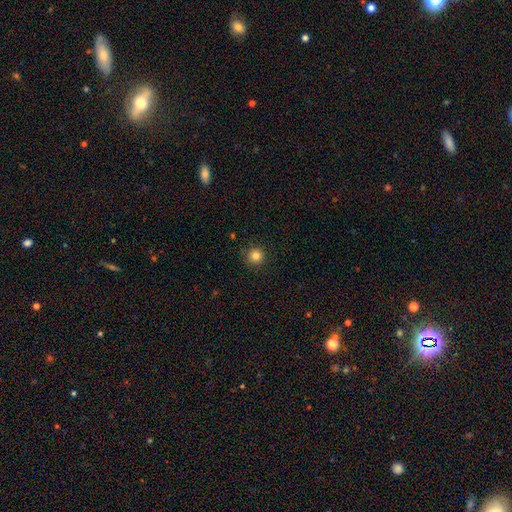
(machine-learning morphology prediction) Smooth or featured? Predicted: smooth (p=0.83). How rounded? Predicted: round (p=0.95). Merging? Predicted: none (p=0.89).